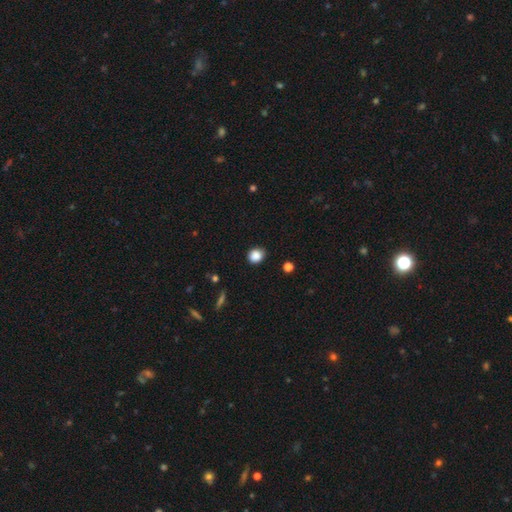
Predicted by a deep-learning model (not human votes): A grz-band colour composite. It shows a smooth galaxy with no disk features (86%) that is round (76%). Merging: none (83%).